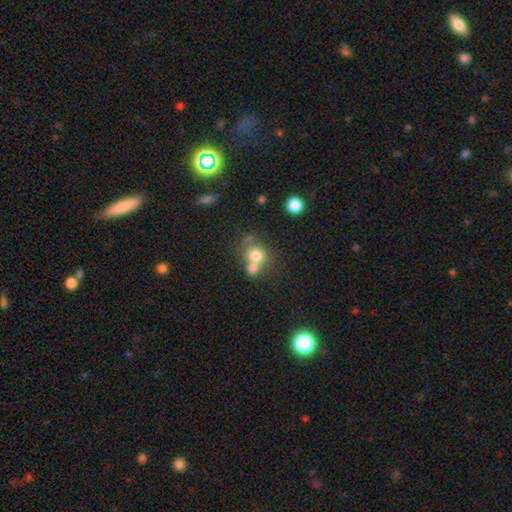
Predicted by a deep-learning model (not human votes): The model was most divided on "merging": merger: 56%, none: 32%, minor disturbance: 8%, major disturbance: 4%. More confident: how rounded — round (77%); smooth or featured — smooth (72%).